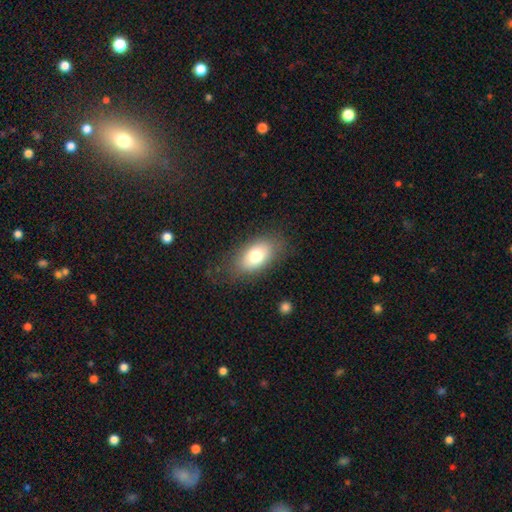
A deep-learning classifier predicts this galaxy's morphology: This appears to be a smooth galaxy with no disk features (72%) that is in between round and cigar-shaped (88%). Merging: none (77%).